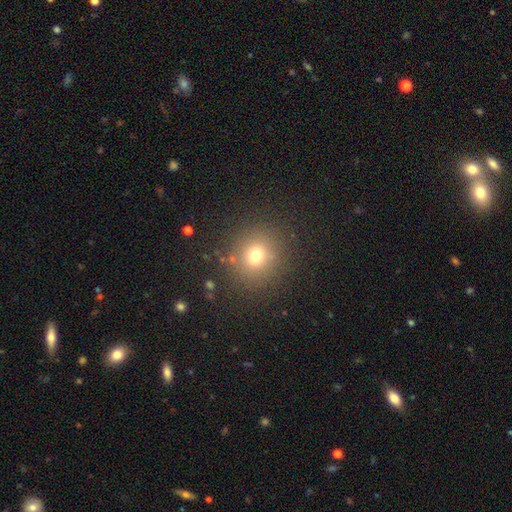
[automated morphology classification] Smooth or featured? Predicted: smooth (p=0.72). How rounded? Predicted: round (p=0.88). Merging? Predicted: none (p=0.86).